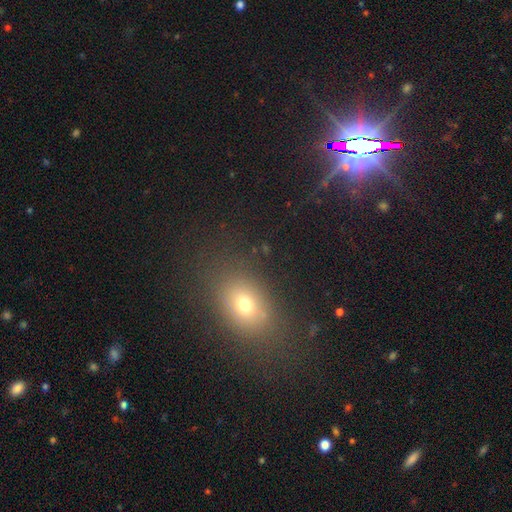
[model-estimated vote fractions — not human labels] Q: Smooth or featured?
A: smooth (51%); runner-up: star or artifact (35%)
Q: How rounded?
A: in between (71%); runner-up: round (26%)
Q: Merging?
A: none (86%); runner-up: minor disturbance (8%)